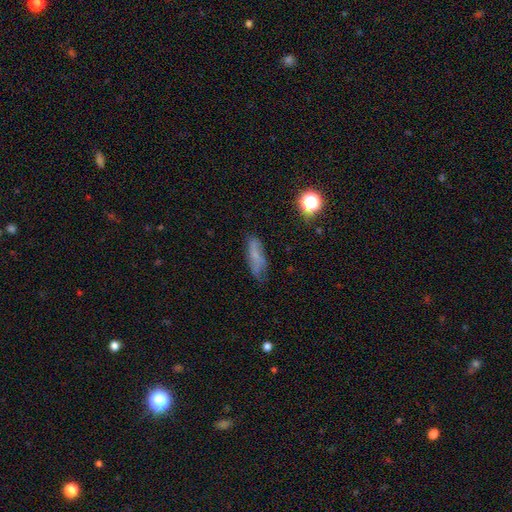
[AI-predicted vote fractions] Morphology: type=smooth (62%); roundness=in between (51%); merging=none (65%).